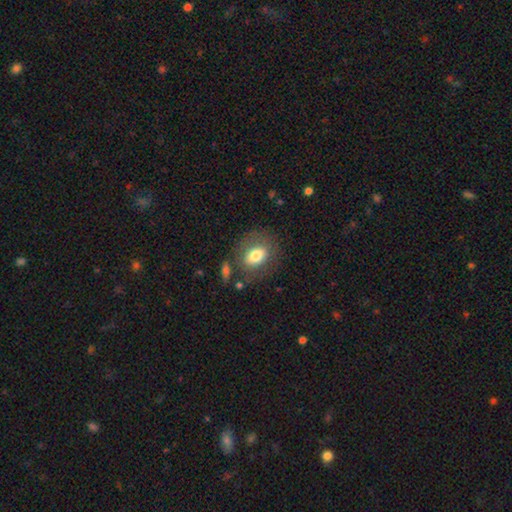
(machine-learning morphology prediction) smooth-or-featured: smooth: 71% | featured or disk: 21% | star or artifact: 8%
  how-rounded: in between: 67% | round: 31% | cigar-shaped: 2%
  merging: none: 73% | minor disturbance: 14% | major disturbance: 7% | merger: 5%